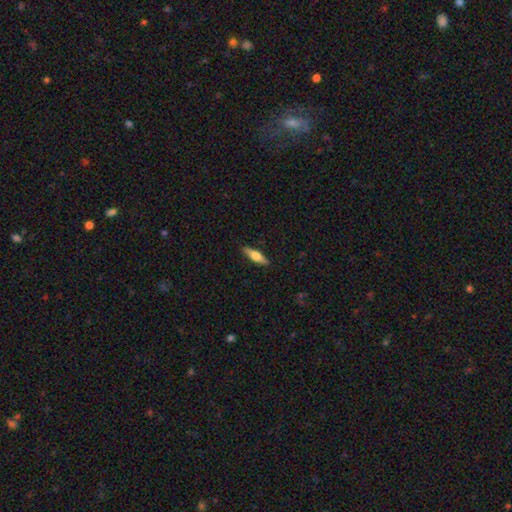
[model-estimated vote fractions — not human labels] Morphology: type=smooth (57%); roundness=cigar-shaped (61%); merging=none (89%).